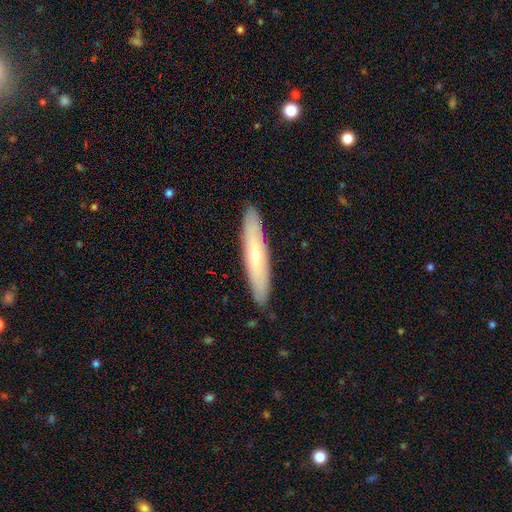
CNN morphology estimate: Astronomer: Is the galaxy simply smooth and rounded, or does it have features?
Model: smooth — 51% (runner-up: featured or disk, 43%).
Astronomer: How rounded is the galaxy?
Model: cigar-shaped — 89%.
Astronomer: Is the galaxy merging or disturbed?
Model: none — 89%.